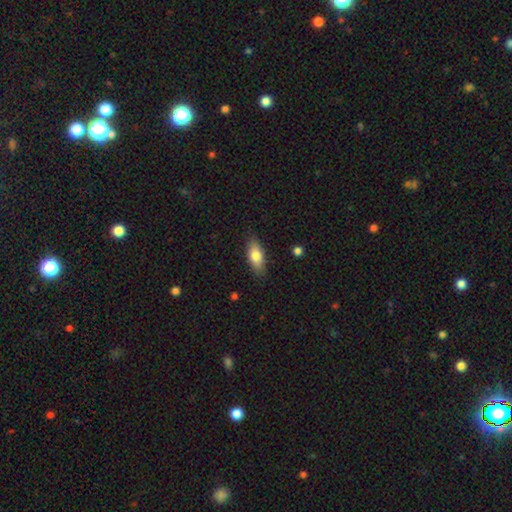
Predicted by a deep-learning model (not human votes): smooth-or-featured: smooth: 76% | featured or disk: 18% | star or artifact: 7%
  how-rounded: in between: 80% | cigar-shaped: 16% | round: 3%
  merging: none: 85% | minor disturbance: 12% | major disturbance: 2% | merger: 1%